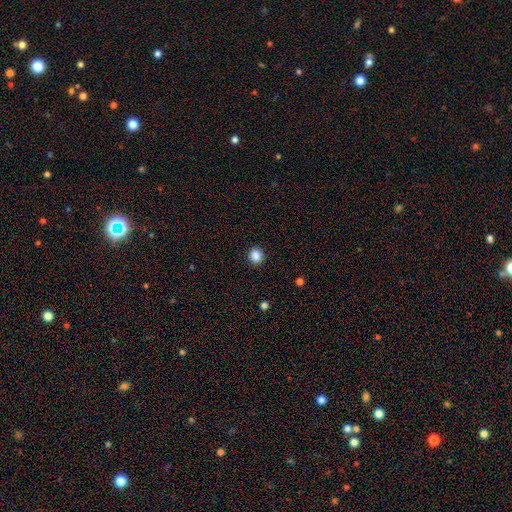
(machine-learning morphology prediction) This appears to be a smooth galaxy with no disk features (87%) that is round (81%). Merging: none (90%).